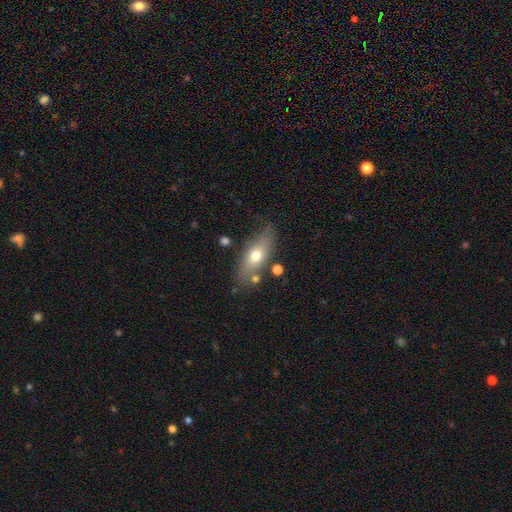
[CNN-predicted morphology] type=smooth (63%); roundness=in between (70%); merging=none (73%).